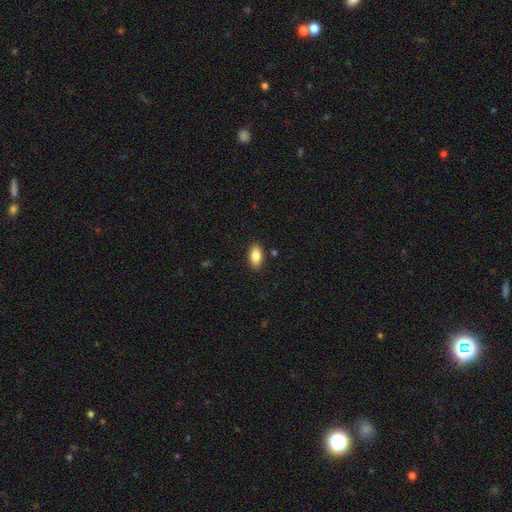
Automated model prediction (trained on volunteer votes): smooth 85%, featured or disk 7%, star or artifact 7%. Down the decision tree: how rounded — in between (92%); merging — none (88%).